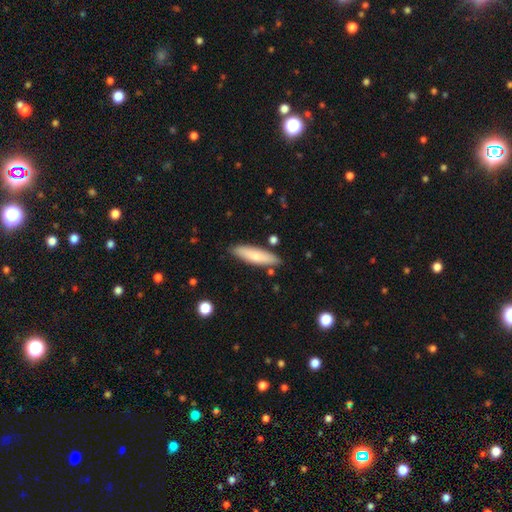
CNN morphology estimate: The model was most divided on "how rounded": cigar-shaped: 71%, in between: 27%, round: 1%. More confident: merging — none (84%); smooth or featured — smooth (74%).